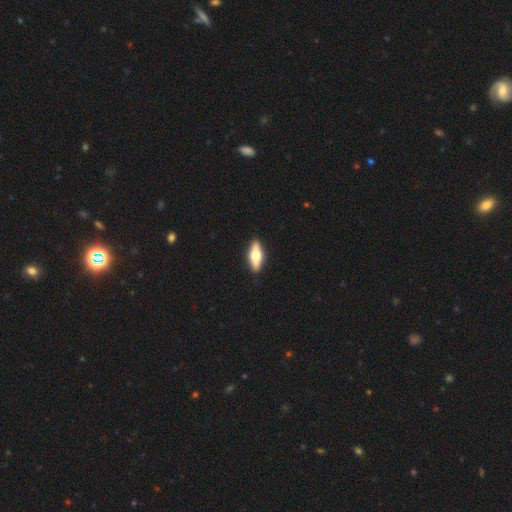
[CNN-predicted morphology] The model was most divided on "smooth or featured" (2-way tie): featured or disk: 47%, smooth: 47%, star or artifact: 6%. More confident: merging — none (90%).